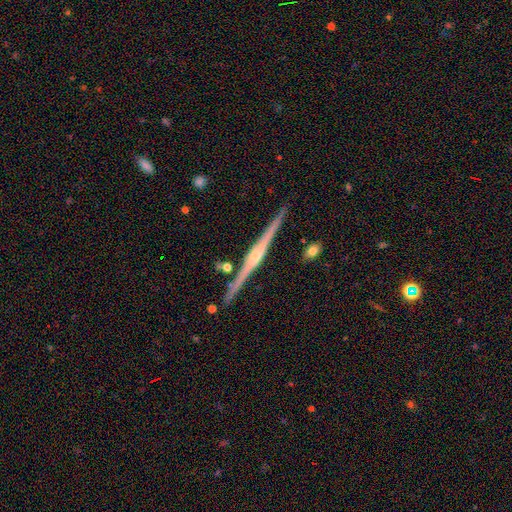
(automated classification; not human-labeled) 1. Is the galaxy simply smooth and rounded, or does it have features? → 87% featured or disk, 8% smooth, 5% star or artifact.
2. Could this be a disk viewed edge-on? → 99% yes, 1% no.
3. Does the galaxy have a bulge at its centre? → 80% rounded, 10% boxy, 10% none.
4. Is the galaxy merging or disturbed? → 91% none, 6% minor disturbance, 2% merger, 1% major disturbance.